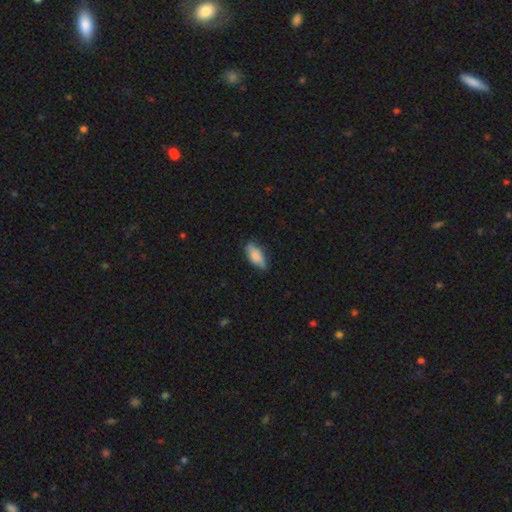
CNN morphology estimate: A smooth galaxy with no disk features (81%) that is in between round and cigar-shaped (83%). Merging: none (72%).